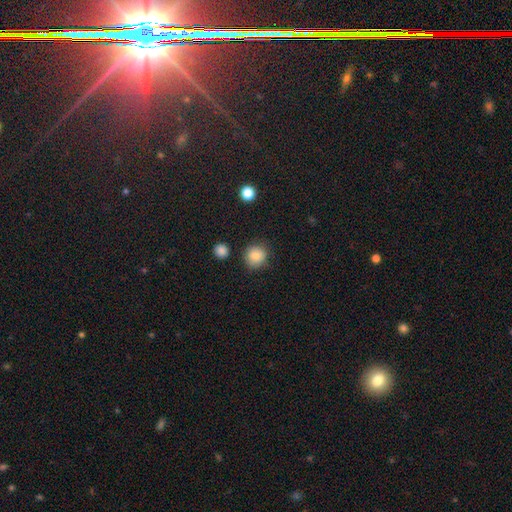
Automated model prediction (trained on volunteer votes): Morphology: type=smooth (86%); roundness=round (90%); merging=none (84%).